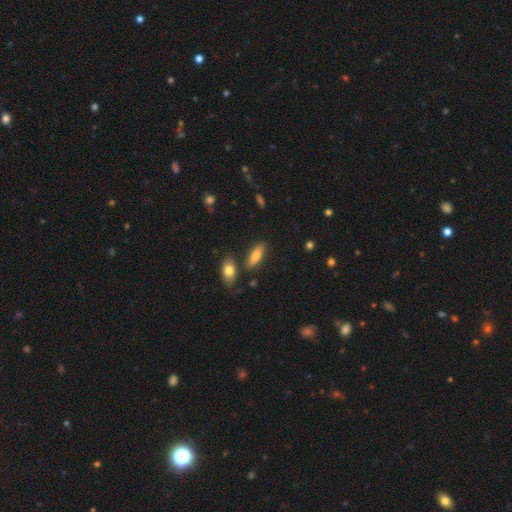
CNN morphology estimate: A smooth galaxy with no disk features (79%) that is in between round and cigar-shaped (65%).

Vote fractions:
- Smooth or featured? smooth: 79% / featured or disk: 14% / star or artifact: 7%
- How rounded? in between: 65% / cigar-shaped: 32% / round: 3%
- Merging? none: 74% / minor disturbance: 14% / merger: 8% / major disturbance: 4%